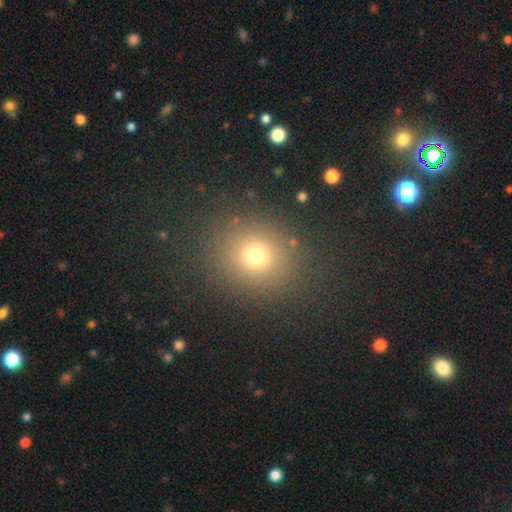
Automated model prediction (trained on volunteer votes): This is likely a smooth galaxy (70%). How rounded: clearly round (81%). Merging: clearly none (86%).